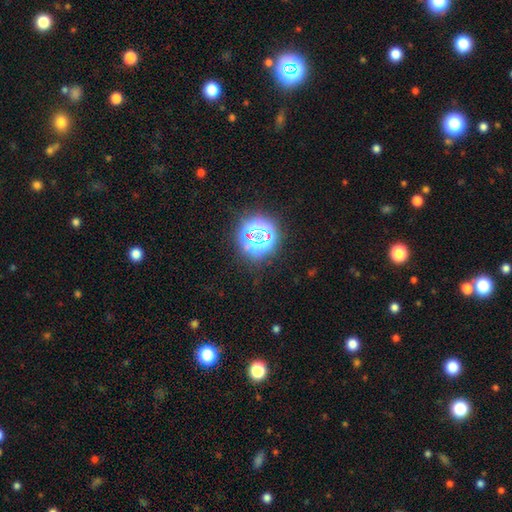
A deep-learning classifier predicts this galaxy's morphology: The model was most divided on "smooth or featured": star or artifact: 74%, smooth: 20%, featured or disk: 6%.